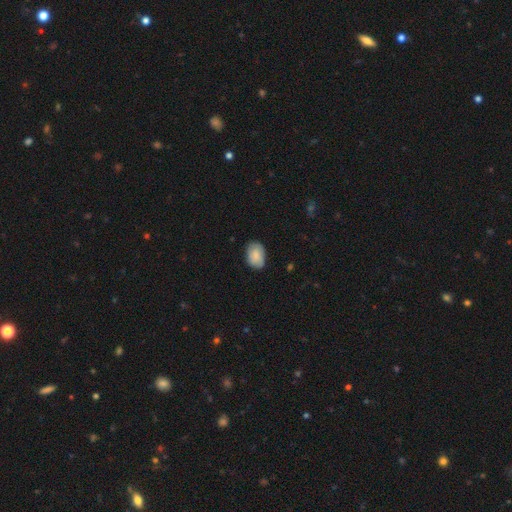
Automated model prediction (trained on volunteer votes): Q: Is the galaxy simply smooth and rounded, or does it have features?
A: smooth — 85%.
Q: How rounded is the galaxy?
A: in between — 84%.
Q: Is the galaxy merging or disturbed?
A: none — 78%.